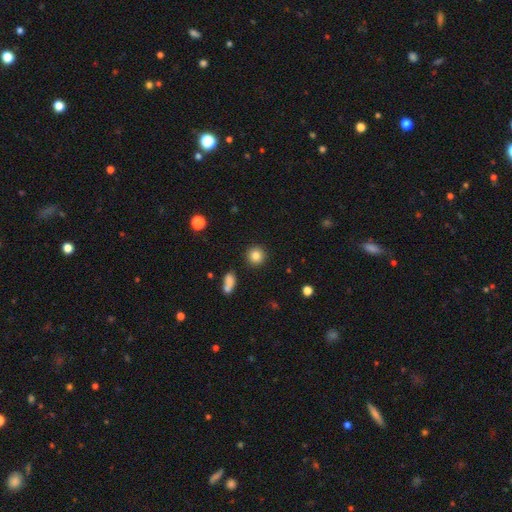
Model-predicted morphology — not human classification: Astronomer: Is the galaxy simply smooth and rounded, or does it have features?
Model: smooth — 84%.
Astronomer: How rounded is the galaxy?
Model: round — 93%.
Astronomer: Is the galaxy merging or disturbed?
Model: none — 89%.